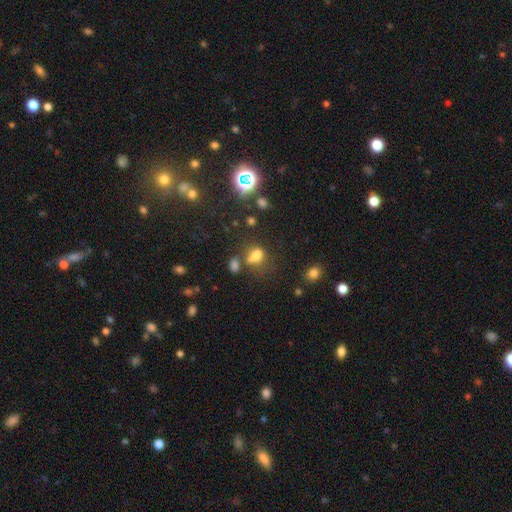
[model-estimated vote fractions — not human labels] The model was most divided on "merging": none: 41%, merger: 29%, minor disturbance: 17%, major disturbance: 13%. More confident: how rounded — in between (65%); smooth or featured — smooth (62%).